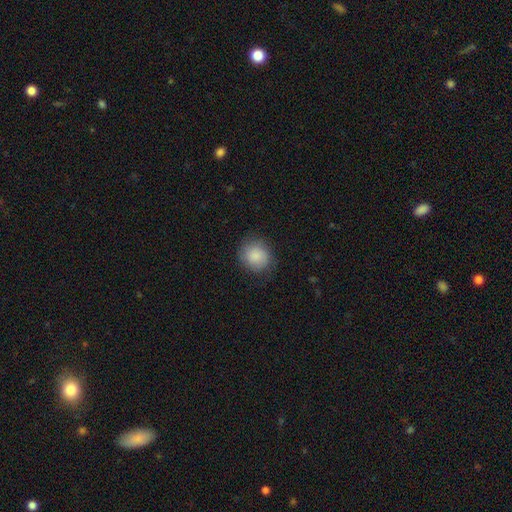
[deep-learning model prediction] Morphology: type=smooth (86%); roundness=round (85%); merging=none (81%).